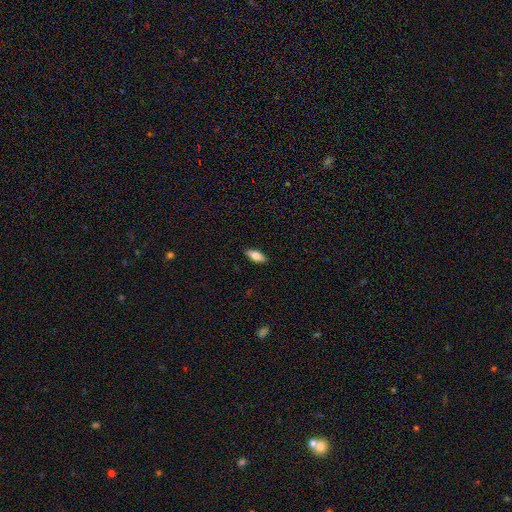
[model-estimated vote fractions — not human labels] Smooth or featured: smooth — 74% (featured or disk — 20%)
How rounded: in between — 81% (cigar-shaped — 17%)
Merging: none — 88% (minor disturbance — 9%)